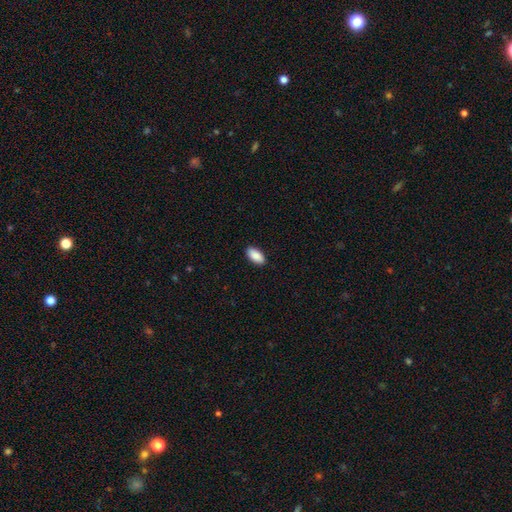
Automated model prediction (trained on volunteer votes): Overall: smooth (90%). How rounded: in between (93%). Merging: none (90%).